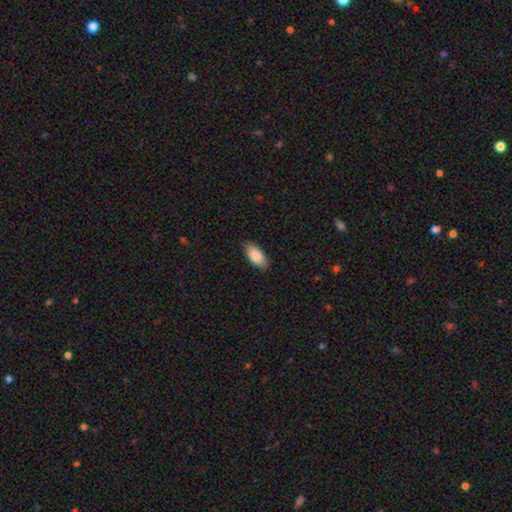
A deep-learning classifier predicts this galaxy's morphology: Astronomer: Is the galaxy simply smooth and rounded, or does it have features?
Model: smooth — 89%.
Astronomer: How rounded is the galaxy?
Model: in between — 94%.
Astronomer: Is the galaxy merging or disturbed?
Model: none — 81%.